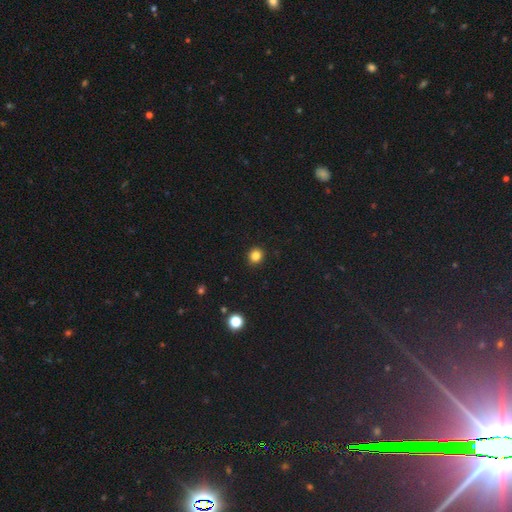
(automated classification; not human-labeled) smooth 84%, star or artifact 13%, featured or disk 4%. Down the decision tree: how rounded — round (84%); merging — none (92%).